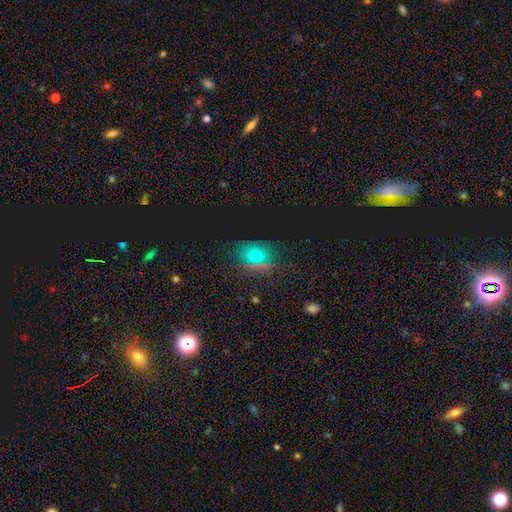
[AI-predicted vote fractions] This is possibly a smooth galaxy (55%). How rounded: possibly round (56%). Merging: clearly none (81%).